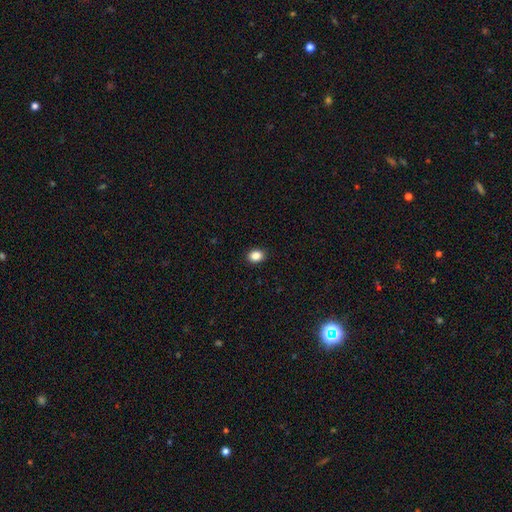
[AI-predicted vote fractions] A smooth galaxy with no disk features (87%) that is in between round and cigar-shaped (55%). Merging: none (91%).